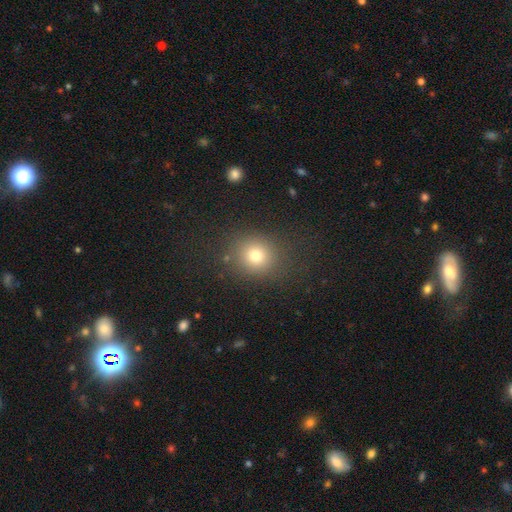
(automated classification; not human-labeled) Overall: smooth (76%). How rounded: round (81%). Merging: none (84%).